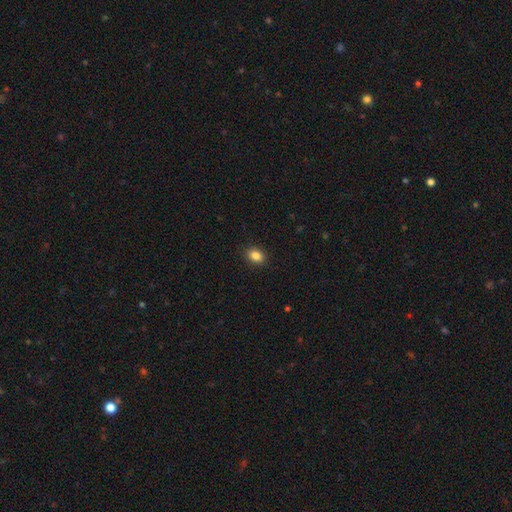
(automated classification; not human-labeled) The model was most divided on "how rounded": in between: 70%, round: 29%, cigar-shaped: 1%. More confident: merging — none (90%); smooth or featured — smooth (85%).